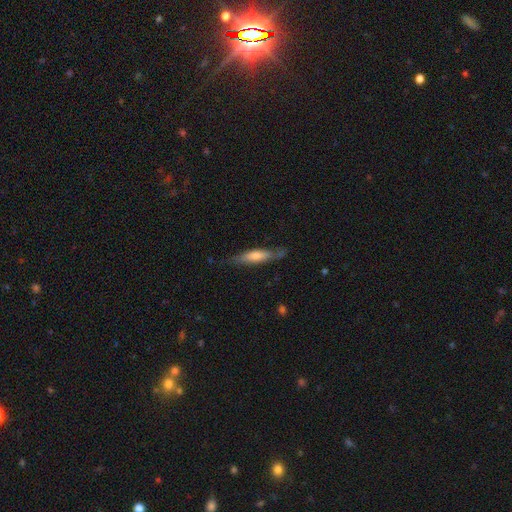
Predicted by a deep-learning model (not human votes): smooth_or_featured: smooth (p=0.49) [alt: featured or disk p=0.45]
merging: none (p=0.72) [alt: minor disturbance p=0.21]